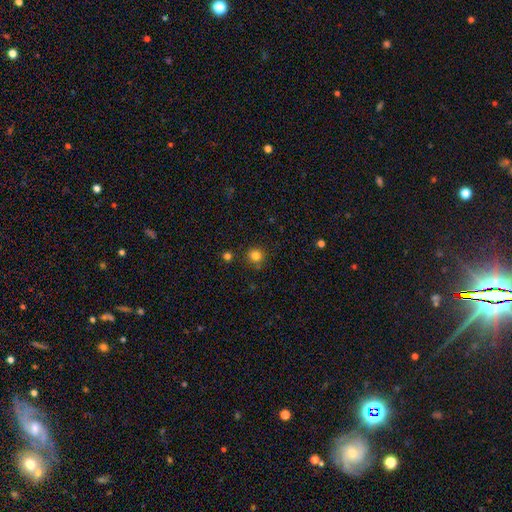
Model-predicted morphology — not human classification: Smooth or featured: smooth — 81% (star or artifact — 13%)
How rounded: round — 92% (in between — 7%)
Merging: none — 86% (minor disturbance — 8%)